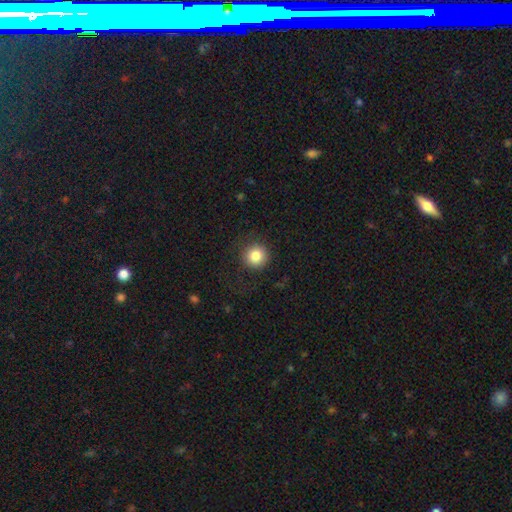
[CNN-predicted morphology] Smooth or featured? Predicted: smooth (p=0.83). How rounded? Predicted: round (p=0.95). Merging? Predicted: none (p=0.87).